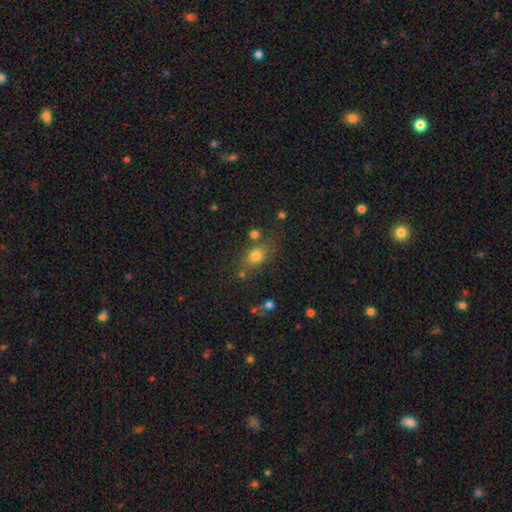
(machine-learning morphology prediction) smooth 75%, star or artifact 14%, featured or disk 10%. Down the decision tree: how rounded — in between (58%); merging — none (66%).